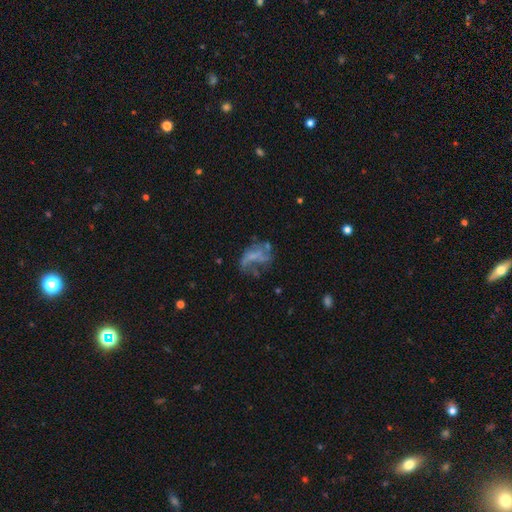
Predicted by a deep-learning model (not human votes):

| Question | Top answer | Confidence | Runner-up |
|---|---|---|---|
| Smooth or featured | featured or disk | 54% | smooth (31%) |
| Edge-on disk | no | 97% | yes (3%) |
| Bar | no | 77% | weak (16%) |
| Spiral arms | no | 76% | yes (24%) |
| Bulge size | none | 70% | small (19%) |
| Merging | major disturbance | 42% | none (31%) |